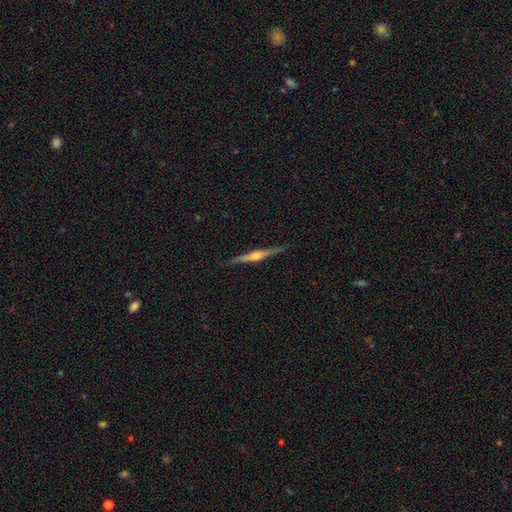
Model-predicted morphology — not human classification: This is clearly a featured or disk galaxy (81%). It is clearly viewed edge-on (98%). Edge-on bulge: clearly rounded (86%). Merging: clearly none (90%).